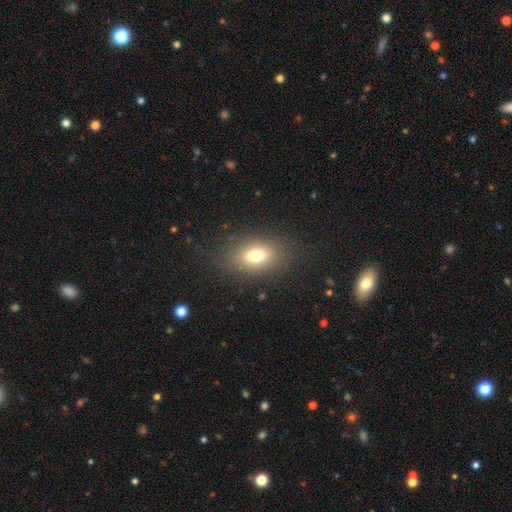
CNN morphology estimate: type=smooth (74%); roundness=in between (82%); merging=none (81%).